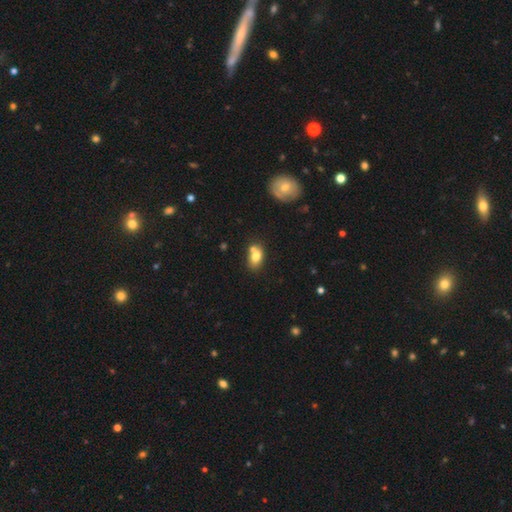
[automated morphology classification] Smooth or featured: smooth — 76% (featured or disk — 15%)
How rounded: in between — 79% (round — 19%)
Merging: none — 46% (merger — 36%)